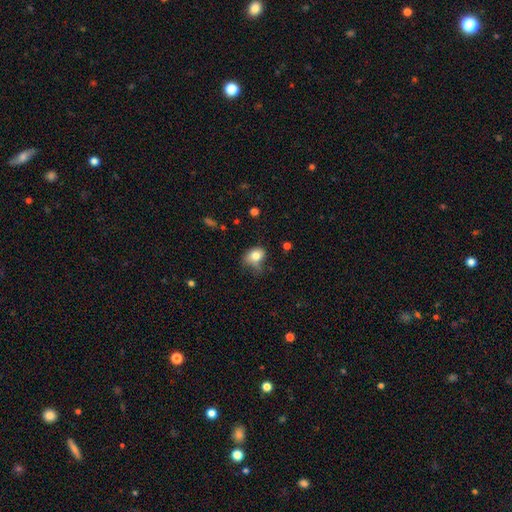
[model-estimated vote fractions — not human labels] This is likely a smooth galaxy (79%). How rounded: likely in between (67%). Merging: marginally none (41%).